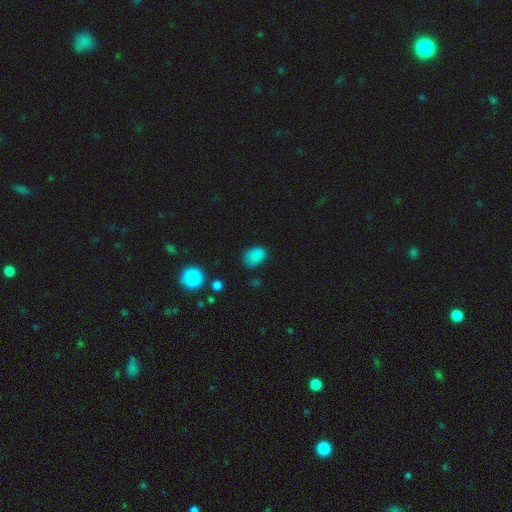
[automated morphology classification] The model was most divided on "merging": none: 71%, minor disturbance: 22%, major disturbance: 5%, merger: 2%. More confident: smooth or featured — smooth (81%); how rounded — in between (79%).